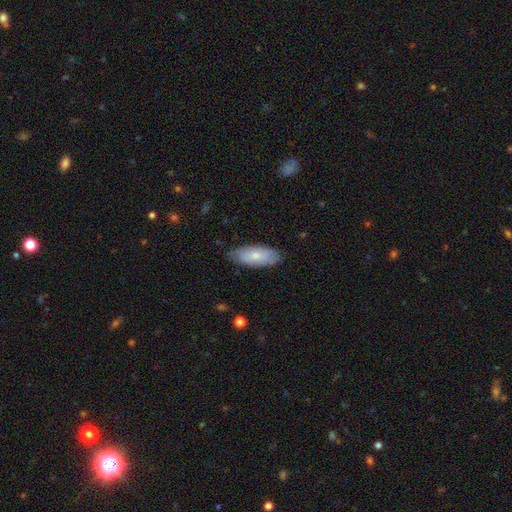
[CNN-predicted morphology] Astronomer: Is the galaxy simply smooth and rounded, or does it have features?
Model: smooth — 76%.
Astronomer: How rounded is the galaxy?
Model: in between — 82%.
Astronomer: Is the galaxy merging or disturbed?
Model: none — 78%.